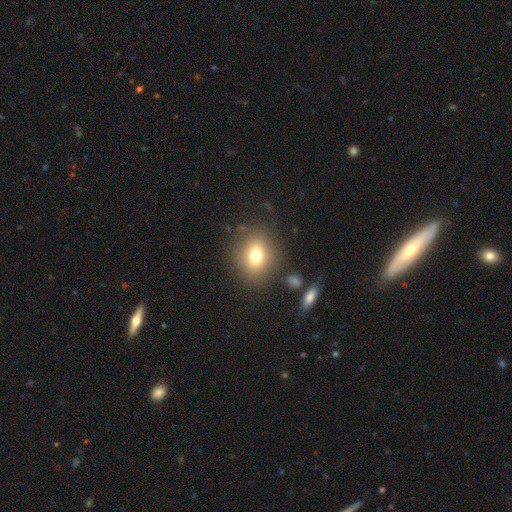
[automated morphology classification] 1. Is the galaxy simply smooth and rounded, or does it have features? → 74% smooth, 14% featured or disk, 13% star or artifact.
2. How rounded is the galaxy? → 61% round, 37% in between, 1% cigar-shaped.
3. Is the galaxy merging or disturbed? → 83% none, 10% minor disturbance, 5% major disturbance, 3% merger.